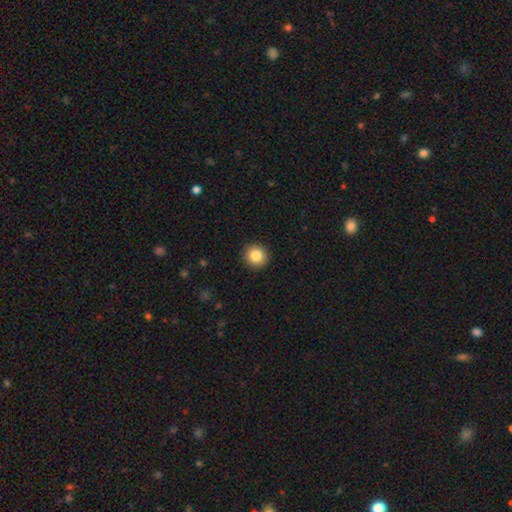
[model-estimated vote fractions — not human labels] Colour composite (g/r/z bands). It shows a smooth galaxy with no disk features (84%) that is round (94%). Merging: none (93%).